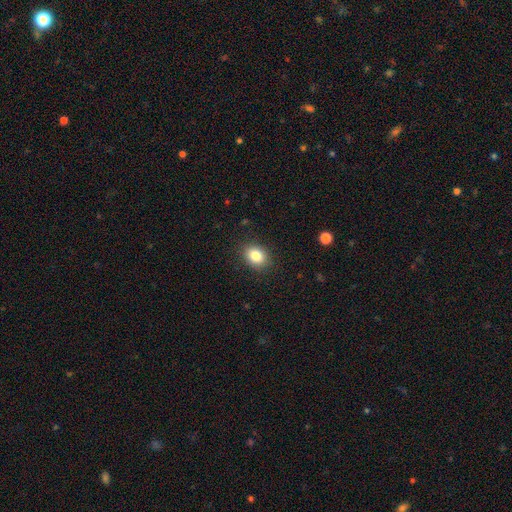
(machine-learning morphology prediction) smooth 84%, star or artifact 10%, featured or disk 7%. Down the decision tree: how rounded — in between (57%); merging — none (88%).